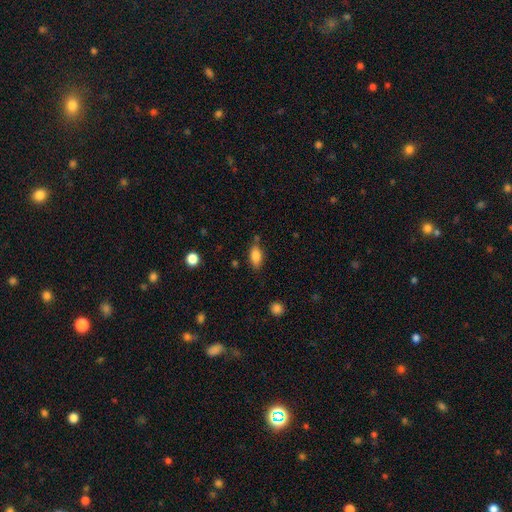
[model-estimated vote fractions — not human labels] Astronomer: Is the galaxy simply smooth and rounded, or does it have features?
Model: smooth — 82%.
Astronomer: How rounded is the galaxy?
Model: in between — 86%.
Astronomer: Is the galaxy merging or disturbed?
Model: none — 73%.